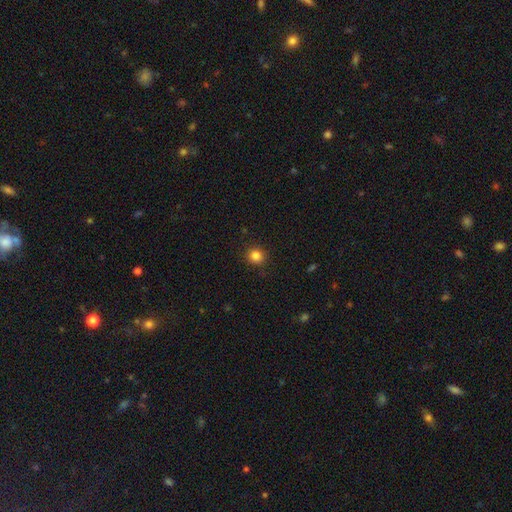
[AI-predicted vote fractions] Smooth or featured: smooth — 84% (star or artifact — 12%)
How rounded: round — 88% (in between — 11%)
Merging: none — 91% (minor disturbance — 6%)